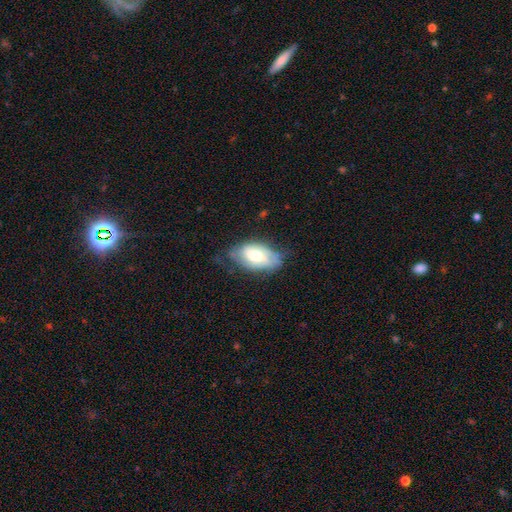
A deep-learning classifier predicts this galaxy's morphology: The model was most divided on "smooth or featured": featured or disk: 50%, smooth: 43%, star or artifact: 7%. More confident: edge-on disk — no (92%); merging — none (53%).